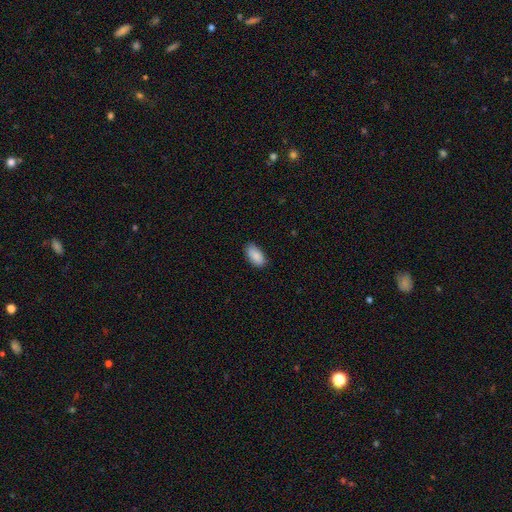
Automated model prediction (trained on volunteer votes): Morphology: type=smooth (89%); roundness=in between (93%); merging=none (83%).